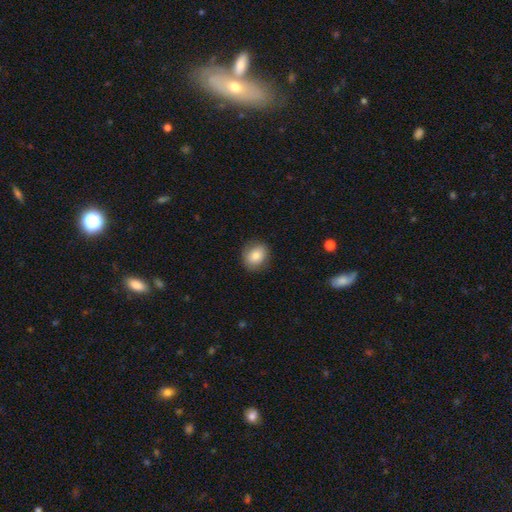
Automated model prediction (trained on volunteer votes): Overall: smooth (81%). How rounded: round (64%; in between 35%). Merging: none (84%).